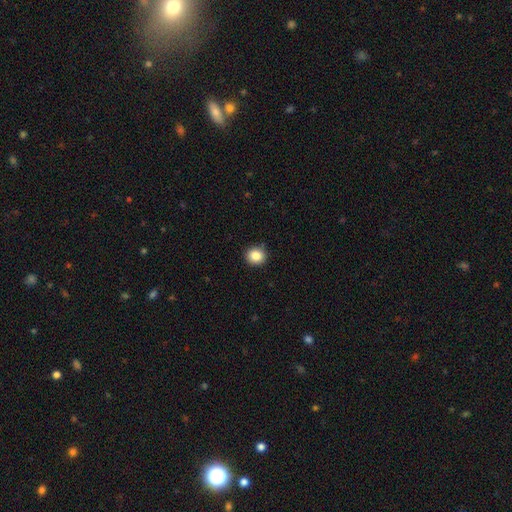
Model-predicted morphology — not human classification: Smooth or featured: smooth — 85% (star or artifact — 10%)
How rounded: round — 86% (in between — 13%)
Merging: none — 90% (minor disturbance — 8%)